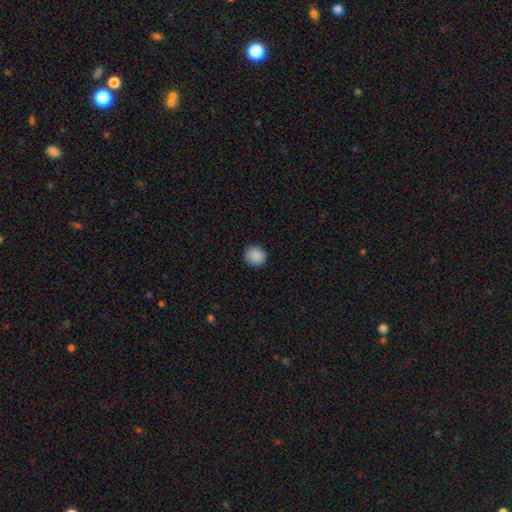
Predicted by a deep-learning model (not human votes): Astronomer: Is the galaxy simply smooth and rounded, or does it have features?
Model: smooth — 89%.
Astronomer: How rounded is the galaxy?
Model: round — 88%.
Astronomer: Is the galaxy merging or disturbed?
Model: none — 89%.